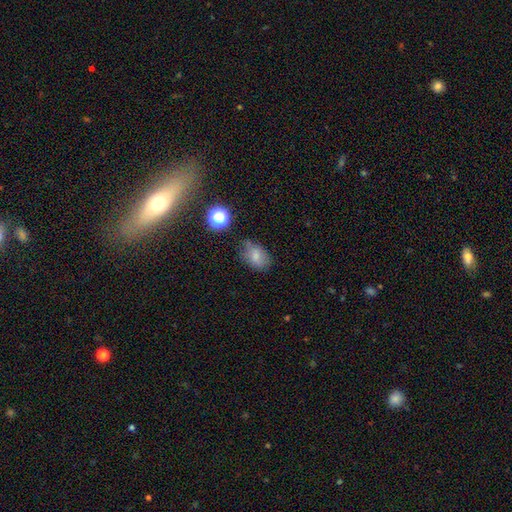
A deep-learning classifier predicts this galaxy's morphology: smooth_or_featured: smooth (p=0.74) [alt: featured or disk p=0.13]
how_rounded: in between (p=0.80) [alt: round p=0.18]
merging: none (p=0.60) [alt: minor disturbance p=0.27]